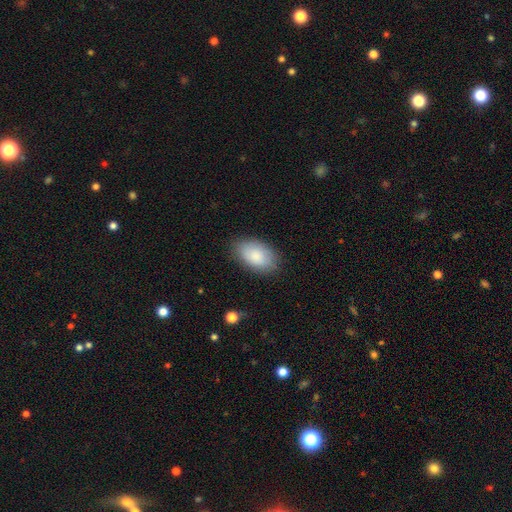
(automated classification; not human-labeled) A smooth galaxy with no disk features (84%) that is in between round and cigar-shaped (94%).

Vote fractions:
- Smooth or featured? smooth: 84% / featured or disk: 10% / star or artifact: 6%
- How rounded? in between: 94% / round: 5% / cigar-shaped: 1%
- Merging? none: 82% / minor disturbance: 14% / major disturbance: 3% / merger: 1%